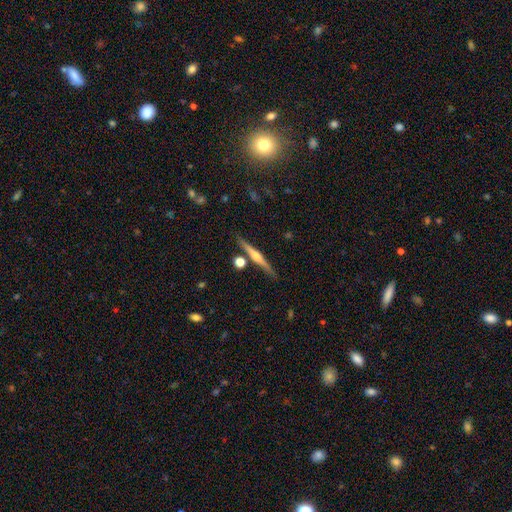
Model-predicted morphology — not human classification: A featured or disk galaxy (70%) viewed edge-on (98%) with a rounded central bulge (82%). Merging: none (85%).